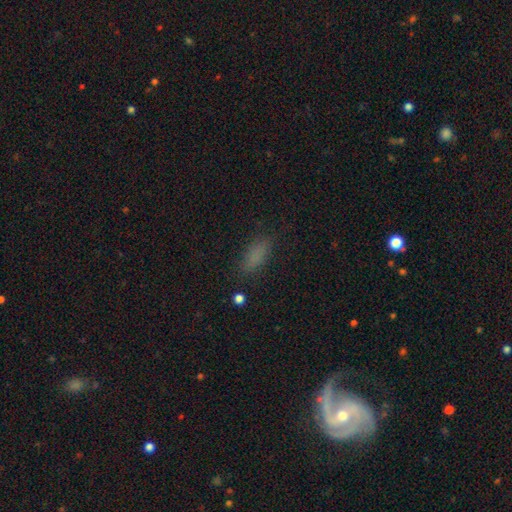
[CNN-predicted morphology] Smooth or featured?
  - smooth: 80% *
  - star or artifact: 13%
  - featured or disk: 7%
How rounded?
  - in between: 67% *
  - cigar-shaped: 30%
  - round: 3%
Merging?
  - none: 80% *
  - minor disturbance: 14%
  - major disturbance: 5%
  - merger: 2%